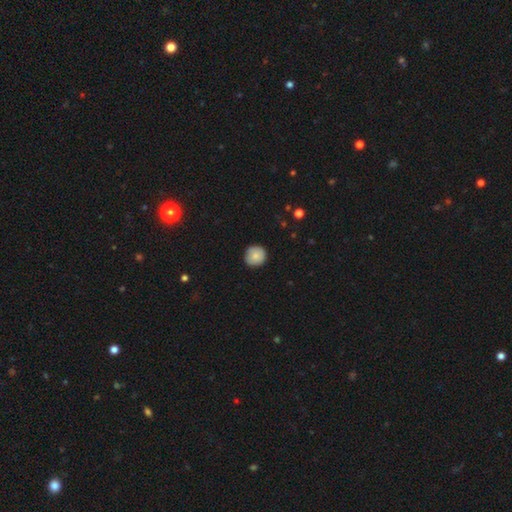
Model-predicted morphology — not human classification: smooth_or_featured: smooth (p=0.82) [alt: featured or disk p=0.11]
how_rounded: round (p=0.93) [alt: in between p=0.06]
merging: none (p=0.86) [alt: minor disturbance p=0.11]